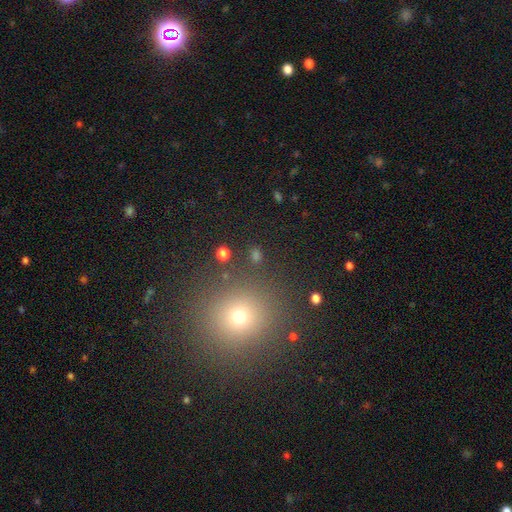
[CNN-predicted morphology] Smooth or featured: smooth — 60% (star or artifact — 31%)
How rounded: round — 78% (in between — 20%)
Merging: none — 86% (minor disturbance — 7%)